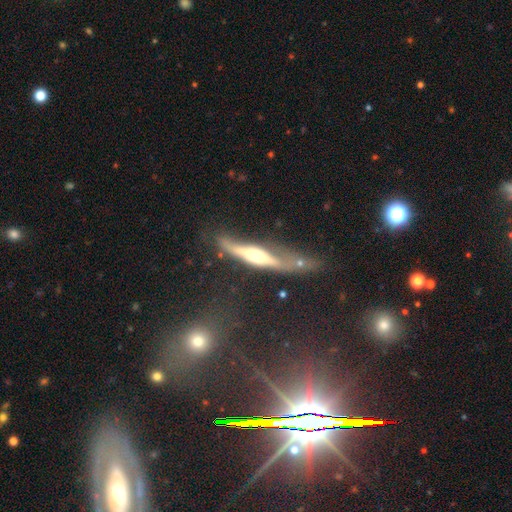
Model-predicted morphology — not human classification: This is likely a featured or disk galaxy (69%). It is likely viewed edge-on (77%). Edge-on bulge: clearly rounded (81%). Merging: possibly none (46%).